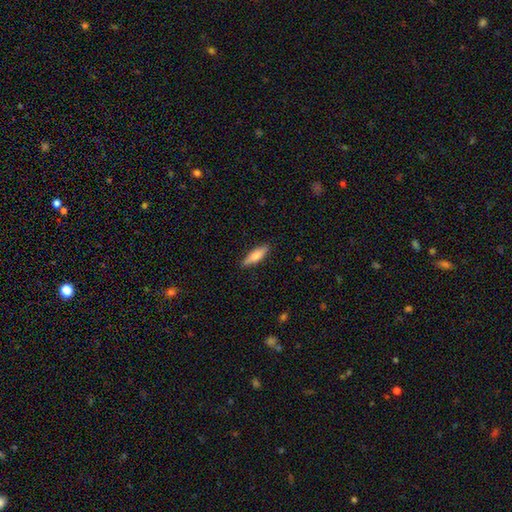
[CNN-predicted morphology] smooth-or-featured: smooth: 74% | featured or disk: 21% | star or artifact: 6%
  how-rounded: cigar-shaped: 54% | in between: 44% | round: 2%
  merging: none: 87% | minor disturbance: 10% | major disturbance: 2% | merger: 1%